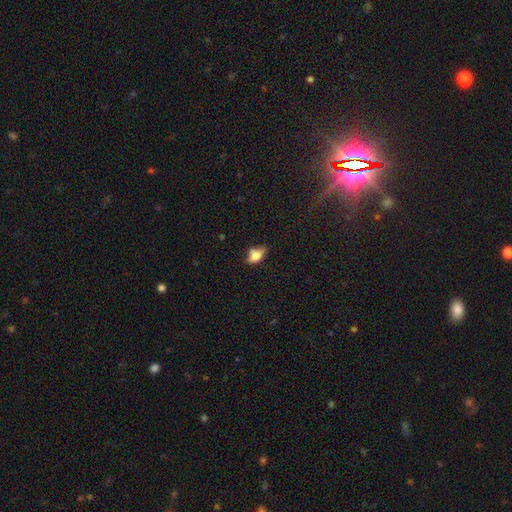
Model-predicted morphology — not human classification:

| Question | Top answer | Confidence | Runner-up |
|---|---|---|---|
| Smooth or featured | smooth | 67% | featured or disk (22%) |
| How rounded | in between | 83% | cigar-shaped (9%) |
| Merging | none | 50% | minor disturbance (29%) |